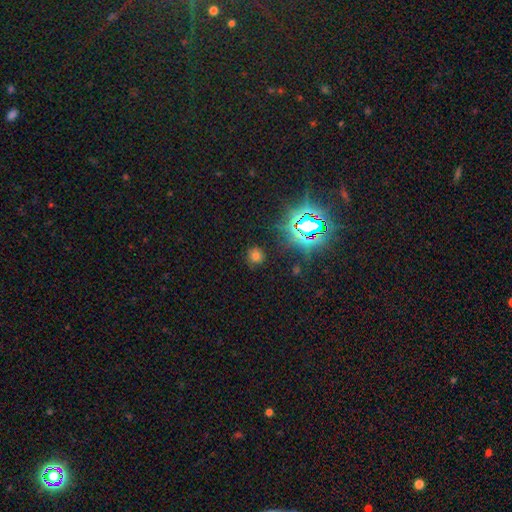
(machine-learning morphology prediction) Smooth or featured? Predicted: smooth (p=0.62). How rounded? Predicted: round (p=0.88). Merging? Predicted: none (p=0.83).